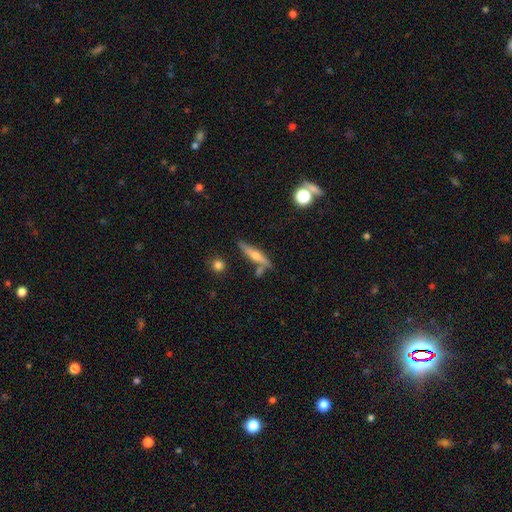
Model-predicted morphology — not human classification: Overall: featured or disk (52%; smooth 40%). Edge-on disk: yes (91%). Merging: none (72%).